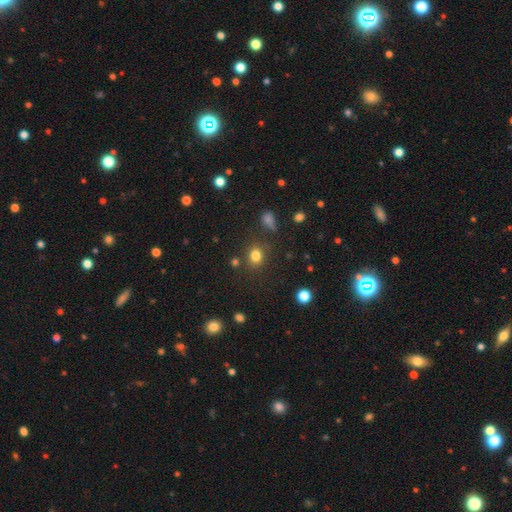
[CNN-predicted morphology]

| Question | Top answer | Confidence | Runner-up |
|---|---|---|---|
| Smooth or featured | smooth | 80% | star or artifact (14%) |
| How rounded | round | 63% | in between (36%) |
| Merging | none | 79% | minor disturbance (11%) |